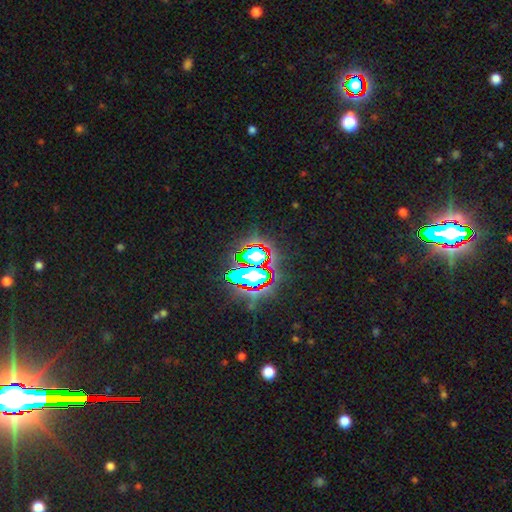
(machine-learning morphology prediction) Q: Smooth or featured?
A: star or artifact (71%); runner-up: smooth (15%)